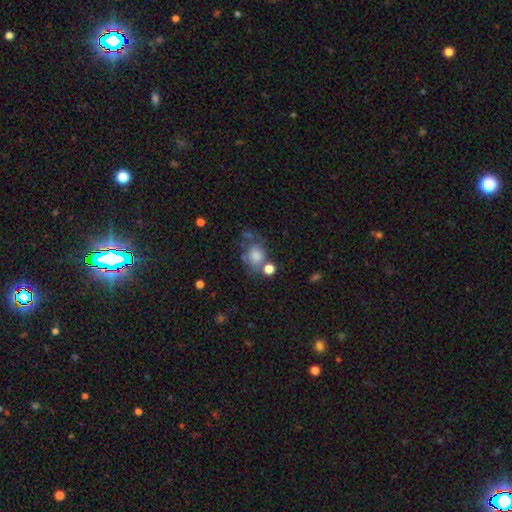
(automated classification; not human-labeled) Smooth or featured: smooth — 74% (featured or disk — 14%)
How rounded: round — 68% (in between — 31%)
Merging: none — 50% (minor disturbance — 20%)